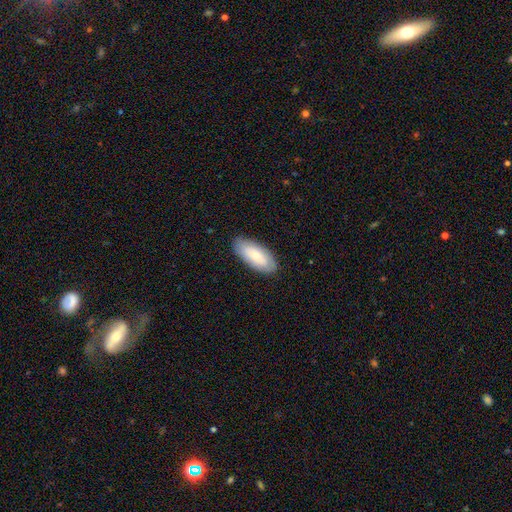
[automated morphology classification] A smooth galaxy with no disk features (76%) that is in between round and cigar-shaped (86%). Merging: none (86%).